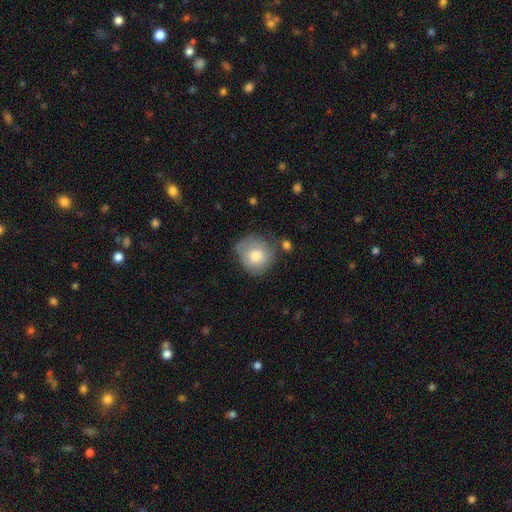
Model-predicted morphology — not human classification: smooth_or_featured: smooth (p=0.75) [alt: featured or disk p=0.18]
how_rounded: round (p=0.85) [alt: in between p=0.14]
merging: none (p=0.59) [alt: minor disturbance p=0.27]